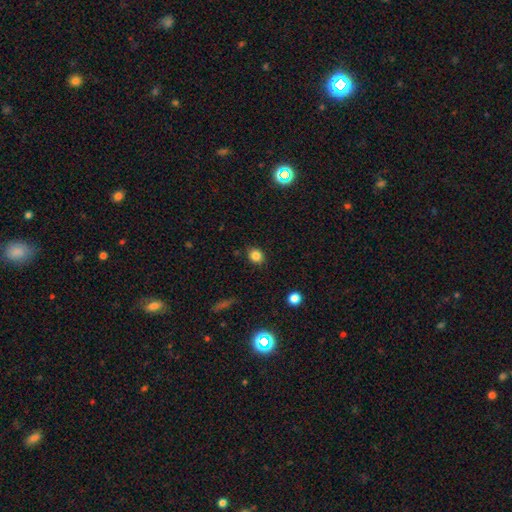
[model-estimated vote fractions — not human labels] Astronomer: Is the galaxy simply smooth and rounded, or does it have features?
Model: smooth — 83%.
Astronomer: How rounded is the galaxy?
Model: round — 72%.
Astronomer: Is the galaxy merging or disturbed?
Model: none — 87%.